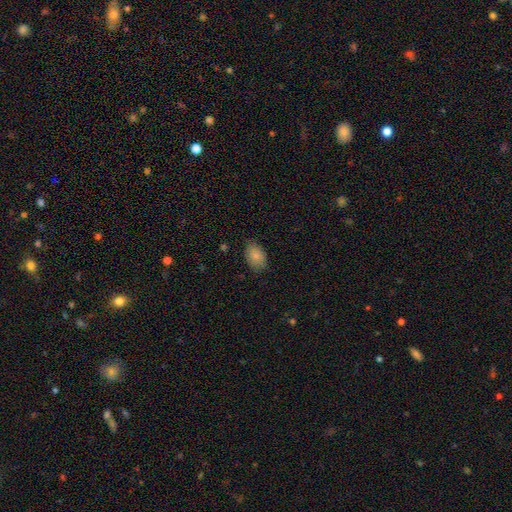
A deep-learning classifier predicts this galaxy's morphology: Smooth or featured?
  - smooth: 84% *
  - featured or disk: 8%
  - star or artifact: 7%
How rounded?
  - in between: 87% *
  - round: 12%
  - cigar-shaped: 1%
Merging?
  - none: 80% *
  - minor disturbance: 16%
  - major disturbance: 3%
  - merger: 1%